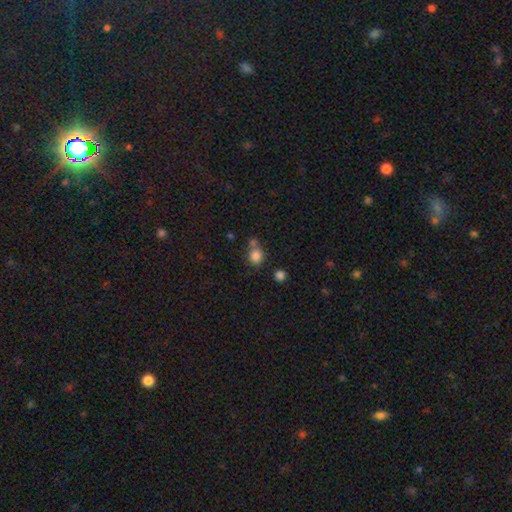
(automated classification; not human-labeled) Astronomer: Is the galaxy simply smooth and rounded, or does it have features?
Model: smooth — 82%.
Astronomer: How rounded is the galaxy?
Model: round — 82%.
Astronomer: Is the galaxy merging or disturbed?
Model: none — 57%.